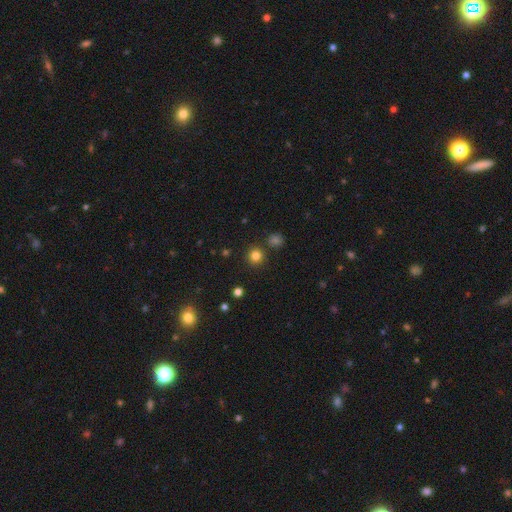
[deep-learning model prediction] Q: Smooth or featured?
A: smooth (81%); runner-up: star or artifact (15%)
Q: How rounded?
A: round (93%); runner-up: in between (6%)
Q: Merging?
A: none (87%); runner-up: minor disturbance (6%)